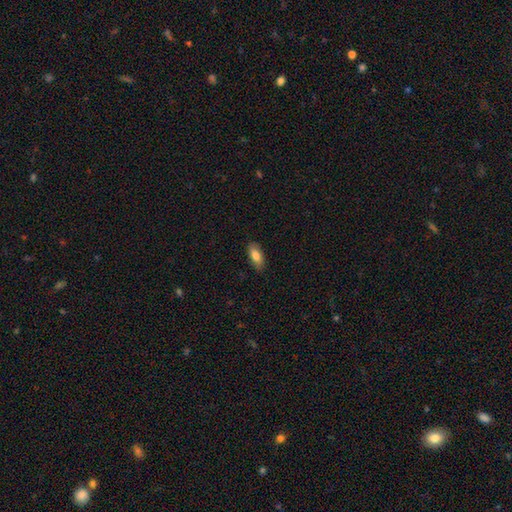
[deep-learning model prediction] Morphology: type=smooth (81%); roundness=in between (85%); merging=none (84%).